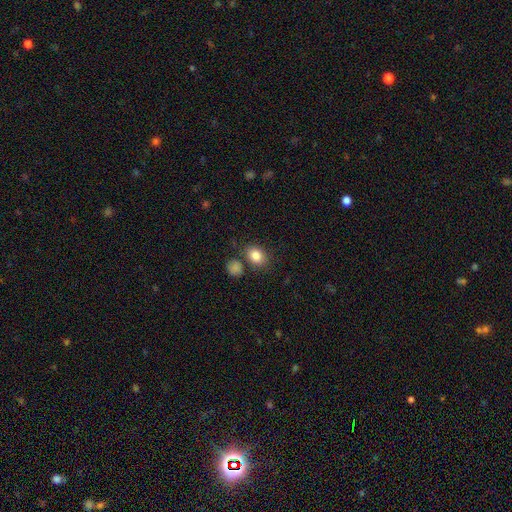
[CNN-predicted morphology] The model was most divided on "how rounded": in between: 56%, round: 43%, cigar-shaped: 1%. More confident: smooth or featured — smooth (84%); merging — none (75%).